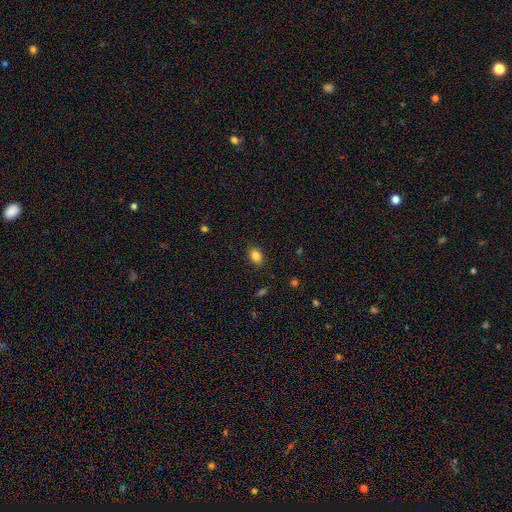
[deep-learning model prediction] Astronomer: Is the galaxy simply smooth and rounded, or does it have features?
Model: smooth — 85%.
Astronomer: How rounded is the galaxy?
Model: in between — 76%.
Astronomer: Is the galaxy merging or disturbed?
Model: none — 87%.